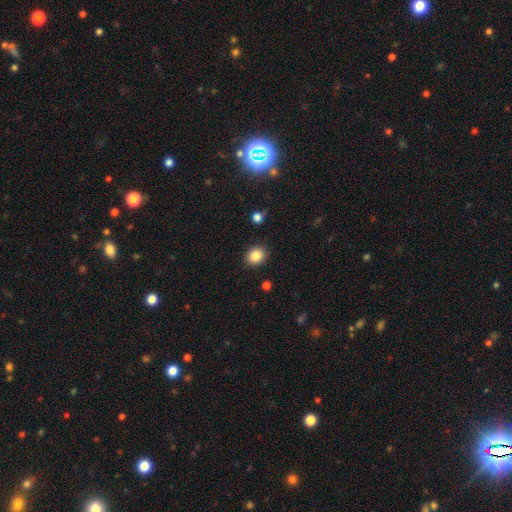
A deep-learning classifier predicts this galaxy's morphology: A smooth galaxy with no disk features (85%) that is round (65%). Merging: none (89%).